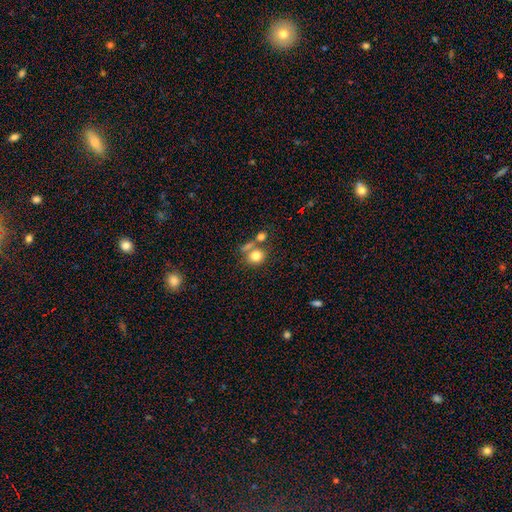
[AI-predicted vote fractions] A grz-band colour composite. It shows a smooth galaxy with no disk features (79%) that is round (72%). Merging: none (52%).